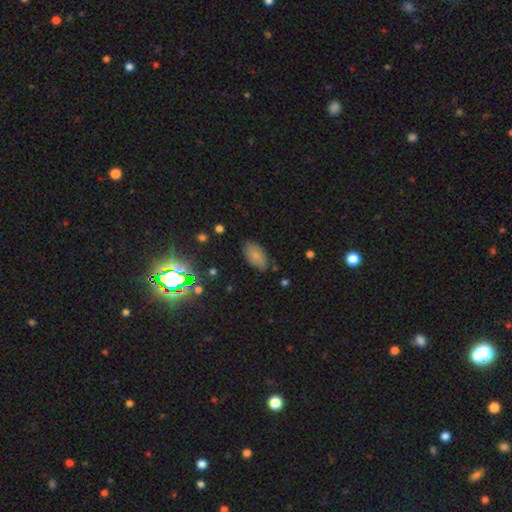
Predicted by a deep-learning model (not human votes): smooth-or-featured: smooth: 77% | star or artifact: 12% | featured or disk: 10%
  how-rounded: in between: 93% | round: 4% | cigar-shaped: 2%
  merging: none: 78% | minor disturbance: 17% | major disturbance: 4% | merger: 1%